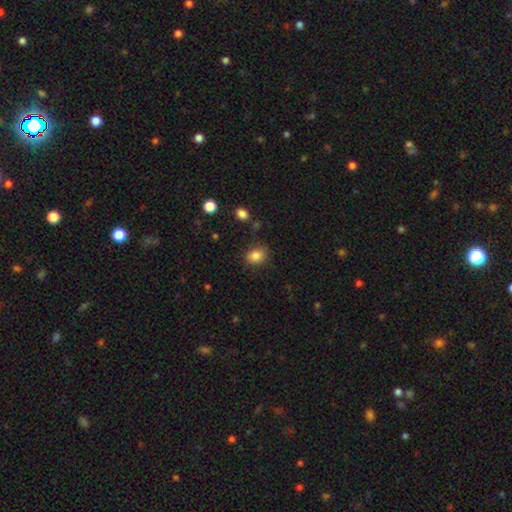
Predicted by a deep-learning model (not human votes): Smooth or featured? smooth (85%)
How rounded? in between (55%)
Merging? none (82%)